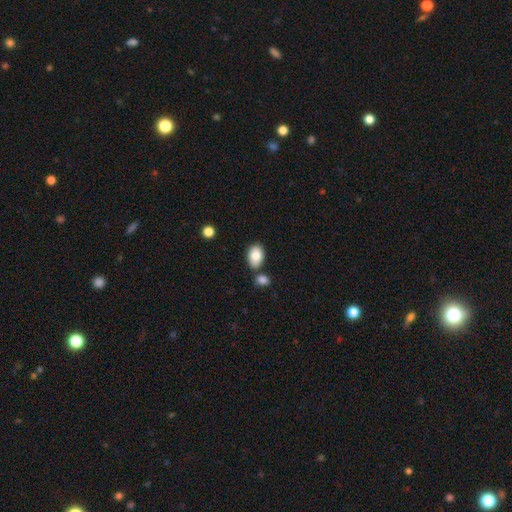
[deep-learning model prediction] A smooth galaxy with no disk features (83%) that is in between round and cigar-shaped (88%). Merging: none (70%).